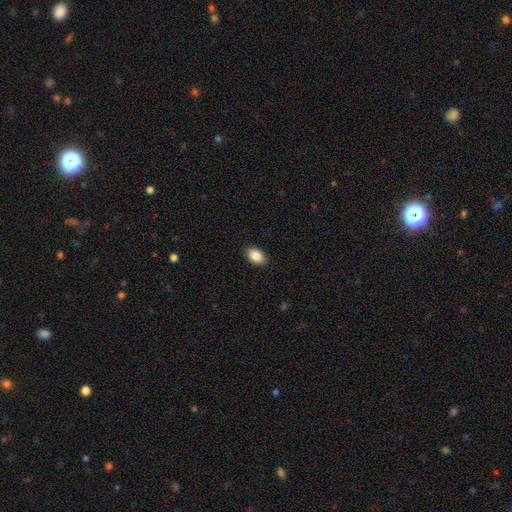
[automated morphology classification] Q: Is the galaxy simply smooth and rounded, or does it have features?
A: smooth — 89%.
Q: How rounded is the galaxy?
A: in between — 90%.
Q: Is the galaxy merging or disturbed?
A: none — 89%.